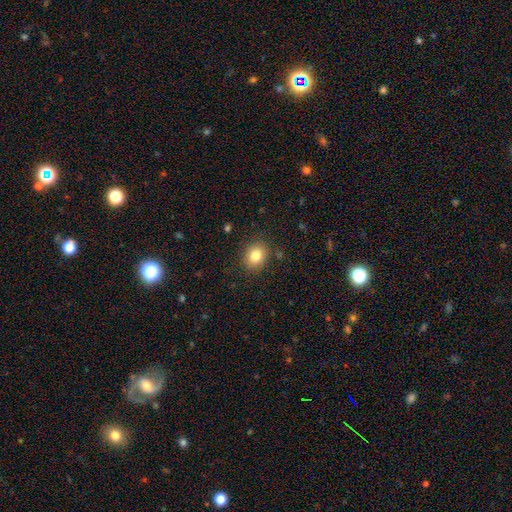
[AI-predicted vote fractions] This appears to be a smooth galaxy with no disk features (82%) that is round (55%). Merging: none (86%).